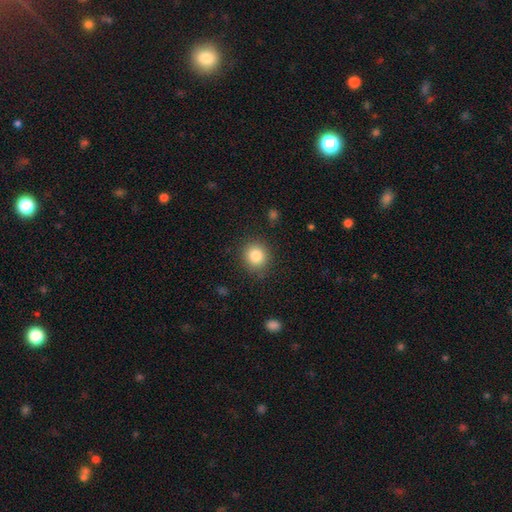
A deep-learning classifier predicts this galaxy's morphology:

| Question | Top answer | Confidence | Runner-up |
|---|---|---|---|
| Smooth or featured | smooth | 83% | star or artifact (10%) |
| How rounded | round | 88% | in between (11%) |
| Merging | none | 87% | minor disturbance (9%) |